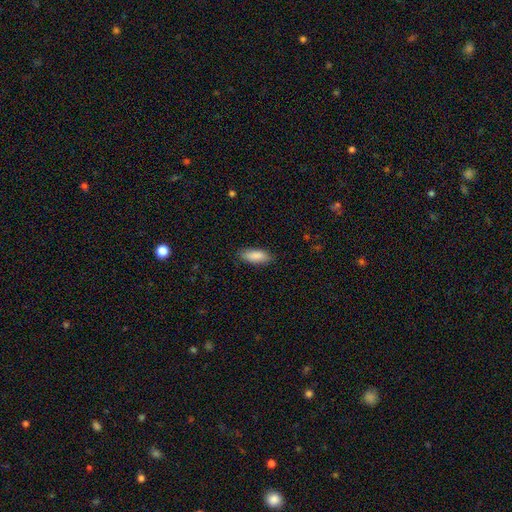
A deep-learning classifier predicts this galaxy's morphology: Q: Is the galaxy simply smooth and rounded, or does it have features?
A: smooth — 89%.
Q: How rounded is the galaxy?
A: in between — 74%.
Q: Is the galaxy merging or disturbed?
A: none — 86%.